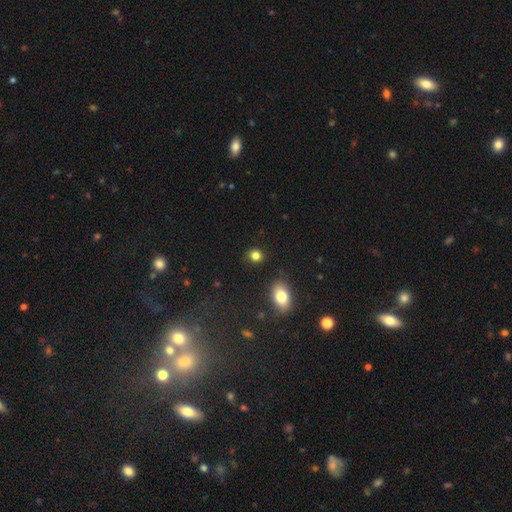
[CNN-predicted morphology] Smooth or featured: smooth — 82% (star or artifact — 12%)
How rounded: round — 75% (in between — 24%)
Merging: none — 86% (minor disturbance — 9%)